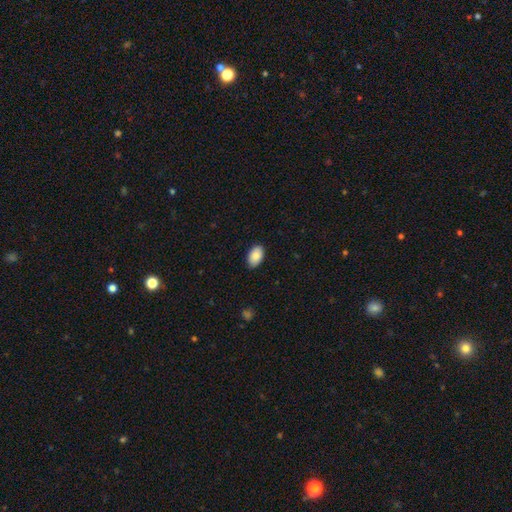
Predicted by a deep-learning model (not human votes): A smooth galaxy with no disk features (87%) that is in between round and cigar-shaped (92%). Merging: none (87%).